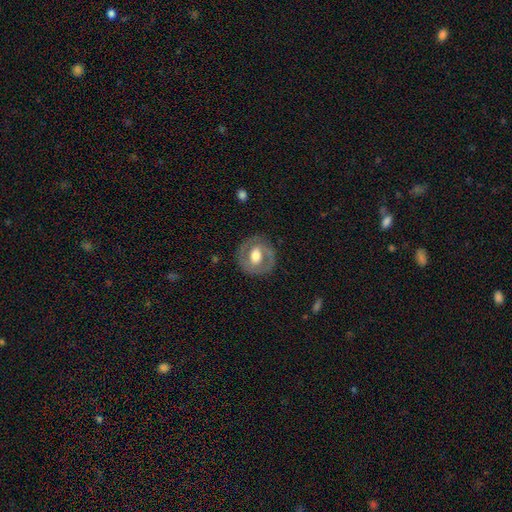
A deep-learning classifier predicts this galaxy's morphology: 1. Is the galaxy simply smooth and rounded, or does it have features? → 60% featured or disk, 34% smooth, 6% star or artifact.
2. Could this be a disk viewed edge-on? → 95% no, 5% yes.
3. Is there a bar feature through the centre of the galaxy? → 44% no, 36% weak, 20% strong.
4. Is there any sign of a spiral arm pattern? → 59% no, 41% yes.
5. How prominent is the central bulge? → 54% moderate, 36% large, 5% small, 2% dominant, 1% none.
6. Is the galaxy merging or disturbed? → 81% none, 12% minor disturbance, 6% major disturbance, 1% merger.